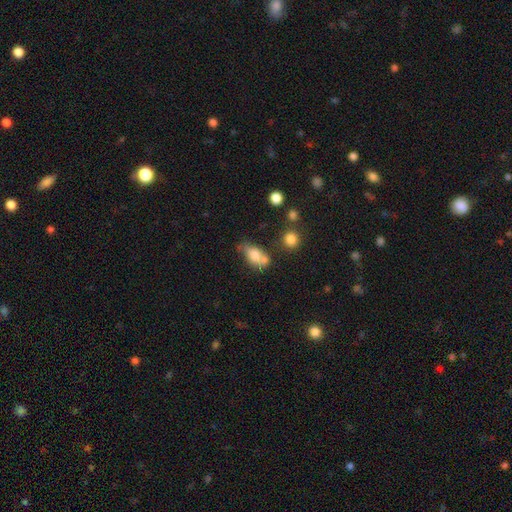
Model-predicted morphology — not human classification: Smooth or featured? smooth (72%)
How rounded? in between (81%)
Merging? merger (35%, tied with none)